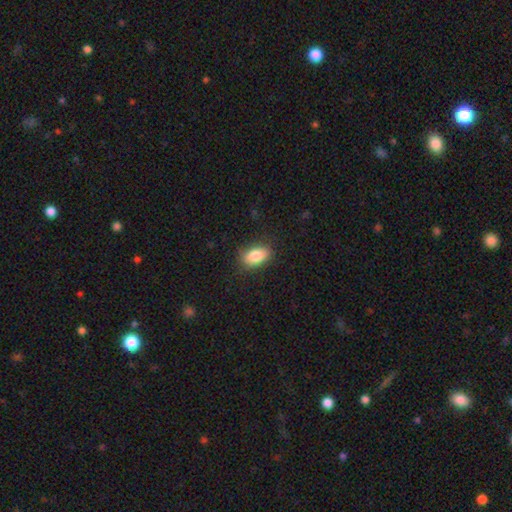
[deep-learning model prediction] smooth 84%, featured or disk 8%, star or artifact 8%. Down the decision tree: how rounded — in between (88%); merging — none (84%).